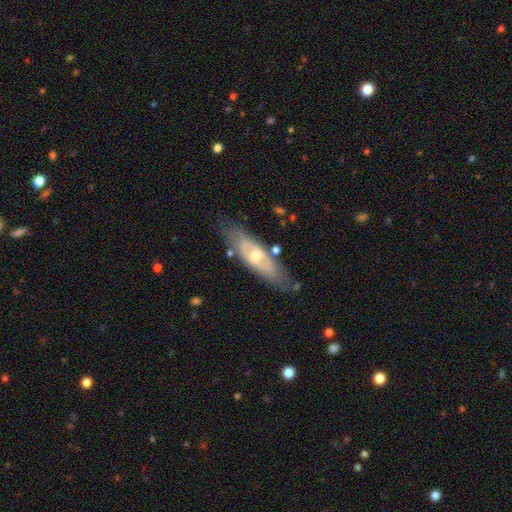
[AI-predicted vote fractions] smooth_or_featured: featured or disk (p=0.64) [alt: smooth p=0.30]
disk_edge_on: no (p=0.70) [alt: yes p=0.30]
merging: none (p=0.72) [alt: minor disturbance p=0.19]